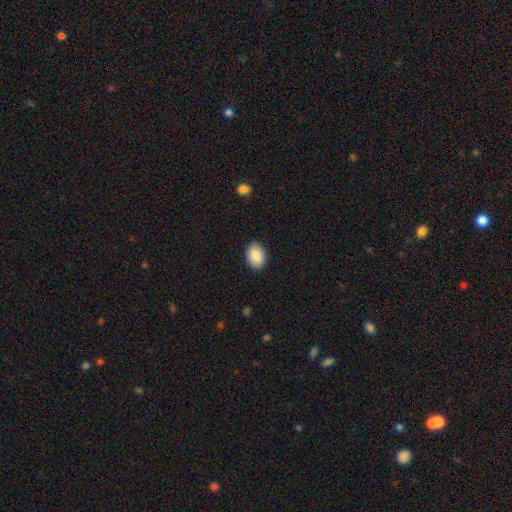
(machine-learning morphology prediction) Overall: smooth (89%). How rounded: in between (79%). Merging: none (89%).